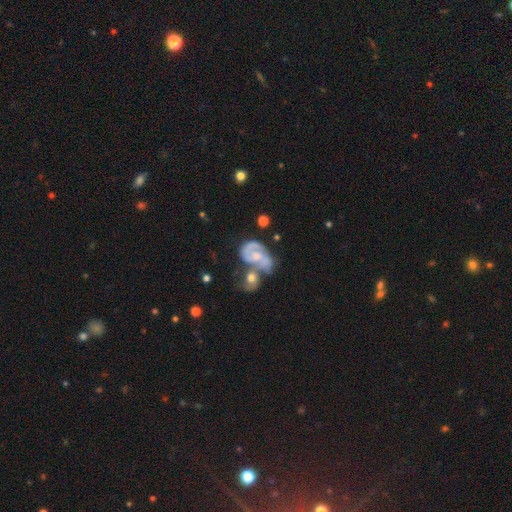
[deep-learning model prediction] Smooth or featured?
  - featured or disk: 79% *
  - smooth: 14%
  - star or artifact: 7%
Edge-on disk?
  - no: 97% *
  - yes: 3%
Bar?
  - no: 56% *
  - weak: 36%
  - strong: 9%
Spiral arms?
  - yes: 92% *
  - no: 8%
Spiral winding?
  - medium: 51% *
  - tight: 30%
  - loose: 20%
Spiral arm count?
  - 2: 76% *
  - 1: 11%
  - can't tell: 8%
  - 3: 3%
  - 4: 1%
  - more than 4: 1%
Bulge size?
  - moderate: 42% * (tied)
  - small: 42% * (tied)
  - none: 11%
  - large: 4%
  - dominant: 2%
Merging?
  - merger: 49% *
  - none: 26%
  - minor disturbance: 13%
  - major disturbance: 12%